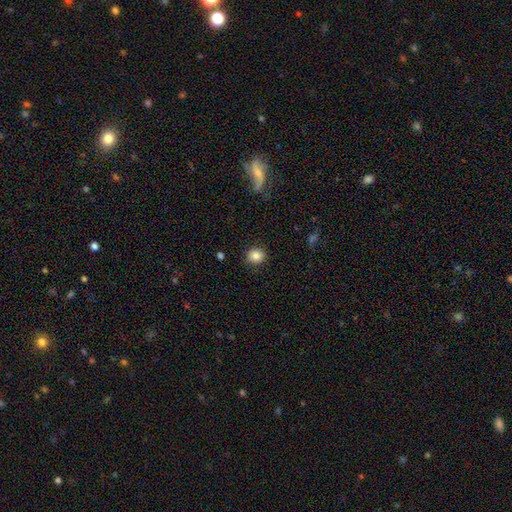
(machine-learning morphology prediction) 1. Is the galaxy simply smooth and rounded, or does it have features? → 85% smooth, 10% star or artifact, 5% featured or disk.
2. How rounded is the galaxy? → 80% round, 19% in between, 1% cigar-shaped.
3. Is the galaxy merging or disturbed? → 89% none, 7% minor disturbance, 2% major disturbance, 1% merger.